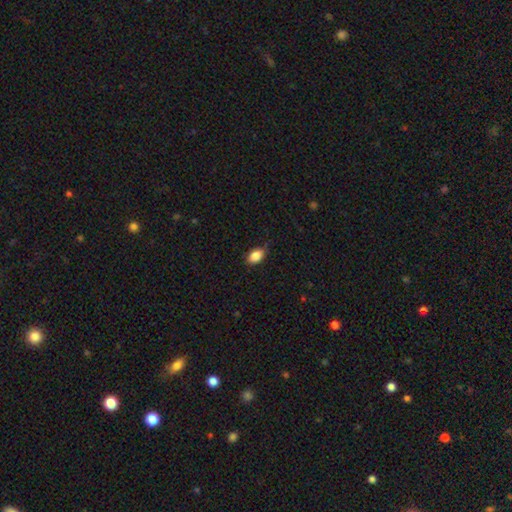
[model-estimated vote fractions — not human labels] This is clearly a smooth galaxy (86%). How rounded: clearly in between (88%). Merging: likely none (74%).